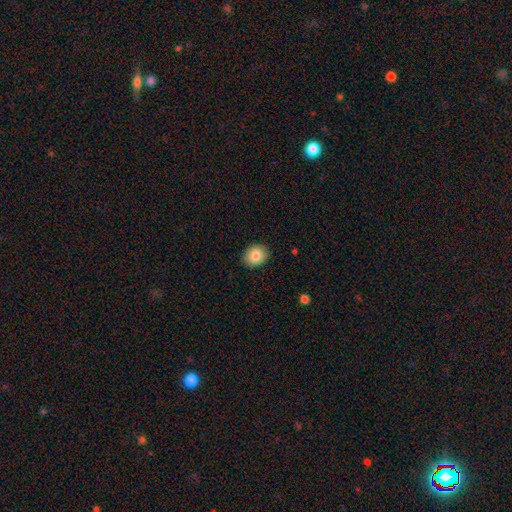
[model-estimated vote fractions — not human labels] Smooth or featured? smooth (84%)
How rounded? round (53%)
Merging? none (88%)